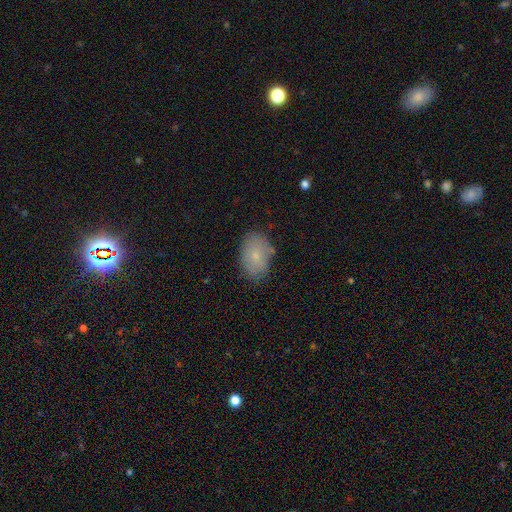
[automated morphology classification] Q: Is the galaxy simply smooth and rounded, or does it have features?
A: smooth — 75%.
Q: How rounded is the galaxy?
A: in between — 87%.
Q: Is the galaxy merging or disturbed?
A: none — 76%.